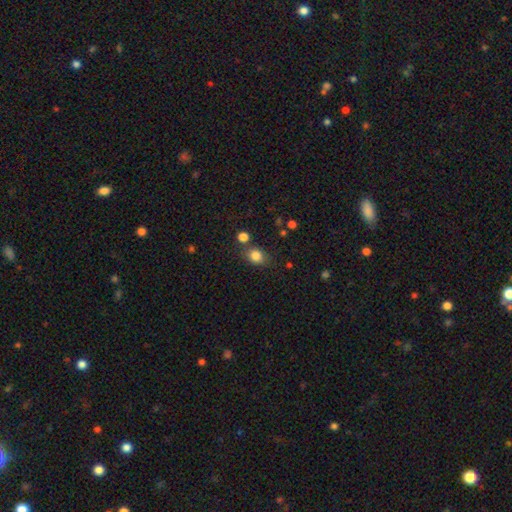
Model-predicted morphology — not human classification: smooth-or-featured: smooth: 82% | star or artifact: 11% | featured or disk: 6%
  how-rounded: round: 53% | in between: 46% | cigar-shaped: 1%
  merging: none: 73% | minor disturbance: 13% | merger: 10% | major disturbance: 4%